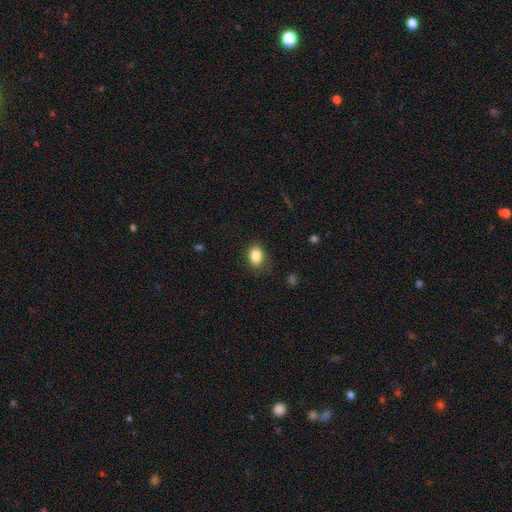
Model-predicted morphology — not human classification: A smooth galaxy with no disk features (85%) that is in between round and cigar-shaped (71%). Merging: none (79%).